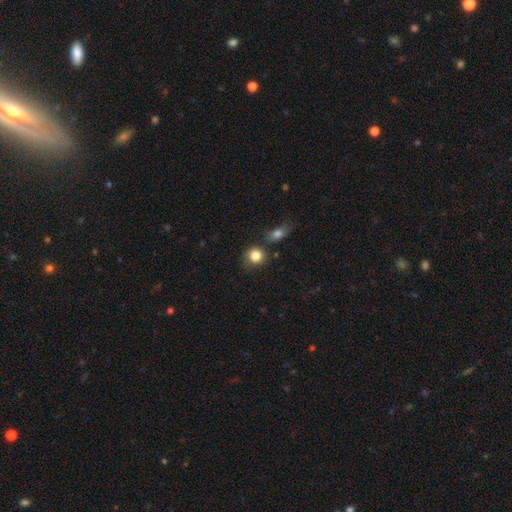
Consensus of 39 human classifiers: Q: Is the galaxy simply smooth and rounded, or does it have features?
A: smooth — 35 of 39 (90%).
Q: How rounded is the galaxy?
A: round — 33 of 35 (94%).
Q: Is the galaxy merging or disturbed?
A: none — 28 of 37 (76%).